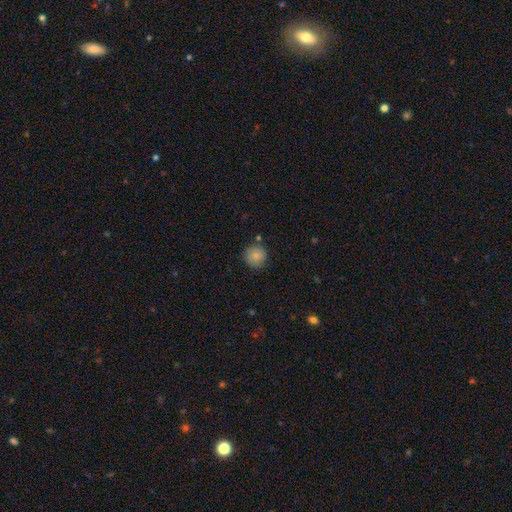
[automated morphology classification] A smooth galaxy with no disk features (84%) that is round (93%).

Vote fractions:
- Smooth or featured? smooth: 84% / star or artifact: 8% / featured or disk: 7%
- How rounded? round: 93% / in between: 6% / cigar-shaped: 1%
- Merging? none: 82% / minor disturbance: 12% / merger: 4% / major disturbance: 3%